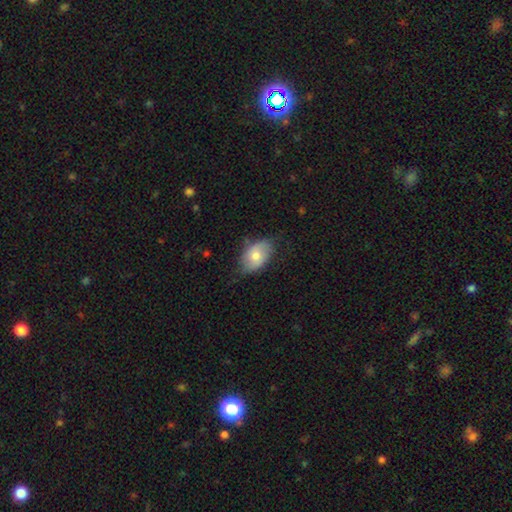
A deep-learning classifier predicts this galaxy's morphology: Smooth or featured?
  - smooth: 67% *
  - featured or disk: 27%
  - star or artifact: 6%
How rounded?
  - in between: 88% *
  - round: 11%
  - cigar-shaped: 1%
Merging?
  - none: 69% *
  - minor disturbance: 25%
  - major disturbance: 5%
  - merger: 1%